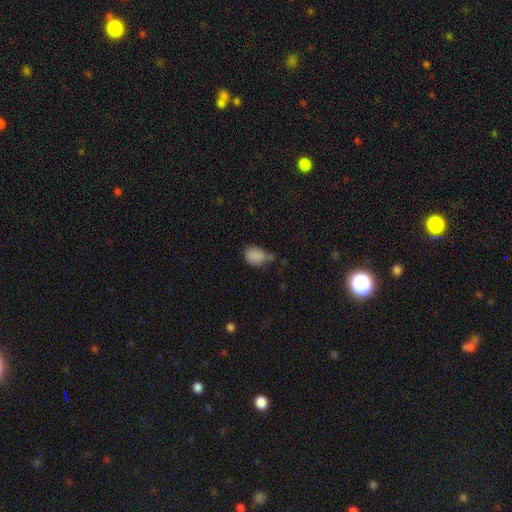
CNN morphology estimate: This appears to be a smooth galaxy with no disk features (83%) that is in between round and cigar-shaped (67%). Merging: minor disturbance (40%).